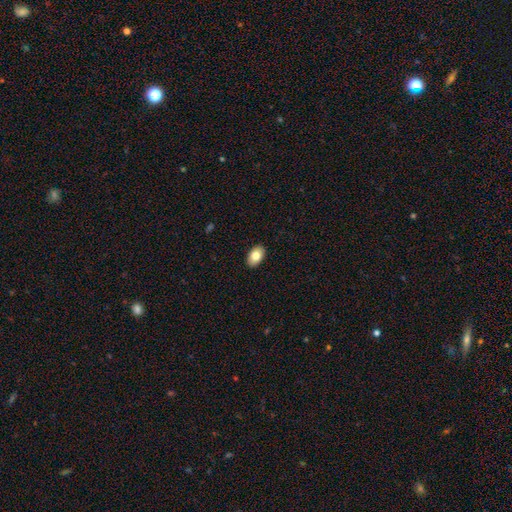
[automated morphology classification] Overall: smooth (81%). How rounded: in between (92%). Merging: none (90%).